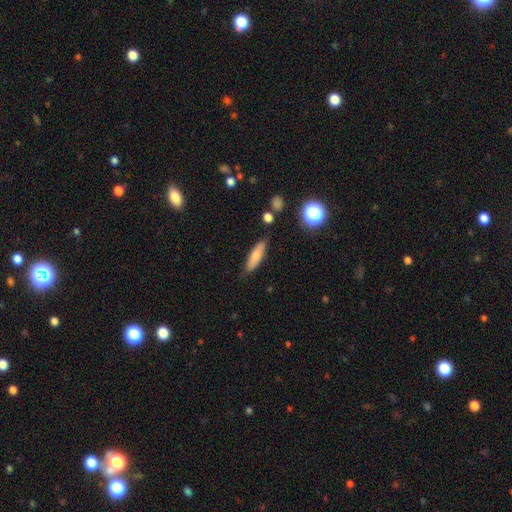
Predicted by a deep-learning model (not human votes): smooth 73%, featured or disk 19%, star or artifact 8%. Down the decision tree: how rounded — cigar-shaped (60%); merging — none (83%).